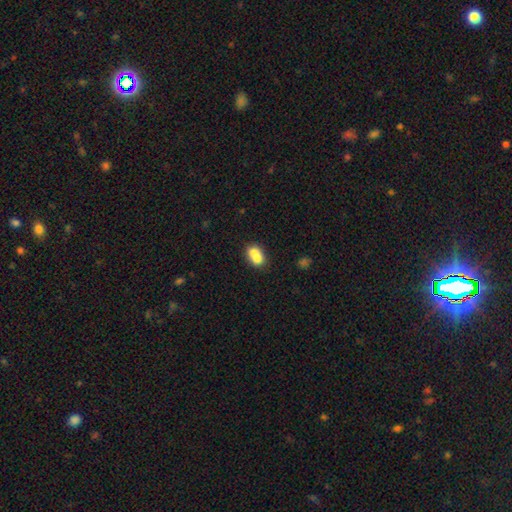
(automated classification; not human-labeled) This is likely a smooth galaxy (71%). How rounded: possibly in between (60%). Merging: likely merger (60%).